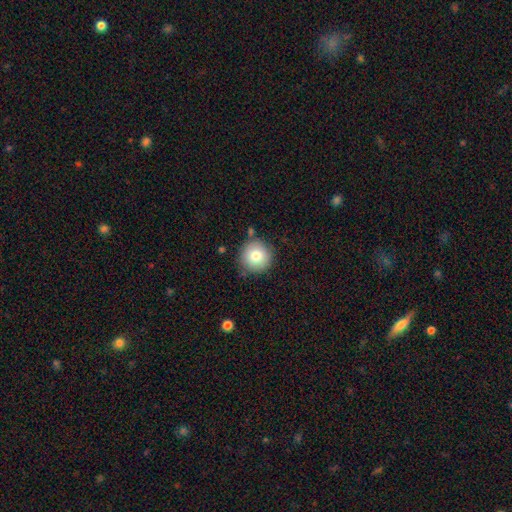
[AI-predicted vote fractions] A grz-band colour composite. It shows a smooth galaxy with no disk features (81%) that is round (95%). Merging: none (82%).